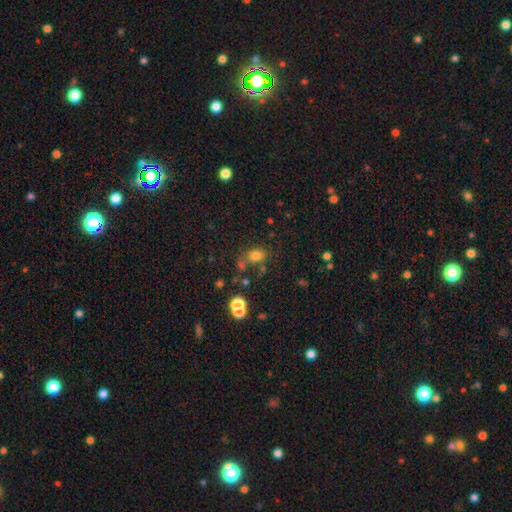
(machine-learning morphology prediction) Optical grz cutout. It shows a smooth galaxy with no disk features (74%) that is in between round and cigar-shaped (57%). Merging: none (61%).